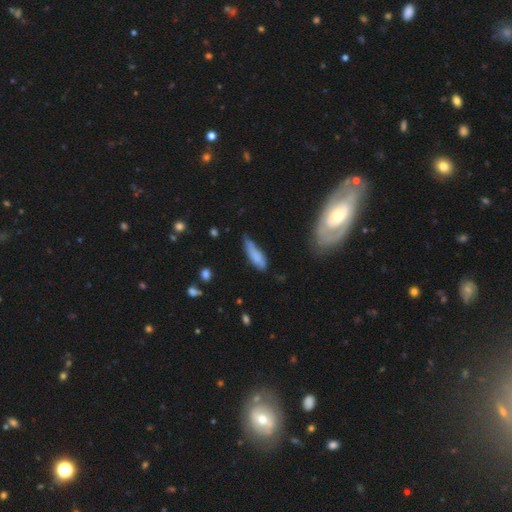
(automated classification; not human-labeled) Smooth or featured? smooth (76%)
How rounded? cigar-shaped (51%)
Merging? none (43%)